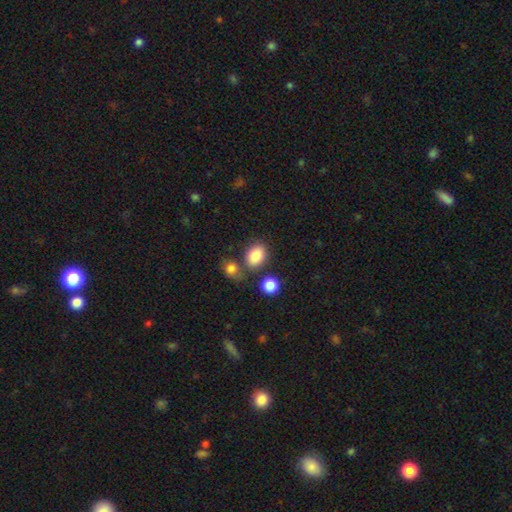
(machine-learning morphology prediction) Smooth or featured? Predicted: smooth (p=0.84). How rounded? Predicted: in between (p=0.69). Merging? Predicted: none (p=0.67).